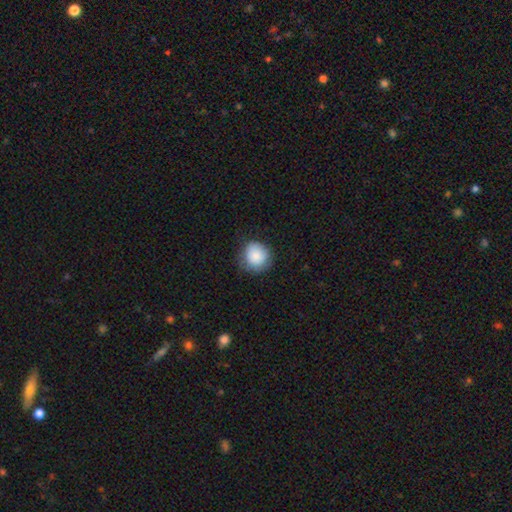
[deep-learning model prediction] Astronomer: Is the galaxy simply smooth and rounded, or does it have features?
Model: smooth — 83%.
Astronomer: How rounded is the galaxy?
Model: round — 86%.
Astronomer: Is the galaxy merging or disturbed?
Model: none — 72%.